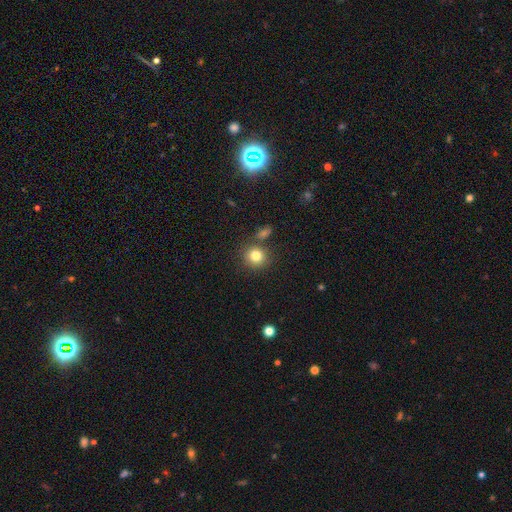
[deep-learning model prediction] Smooth or featured? smooth (81%)
How rounded? round (87%)
Merging? none (77%)